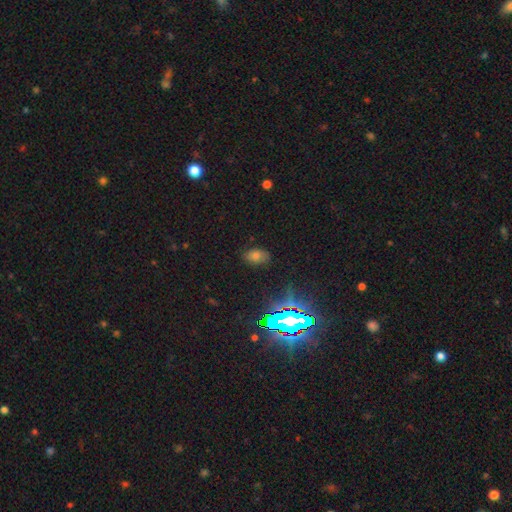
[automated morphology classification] This appears to be a smooth galaxy with no disk features (58%) that is in between round and cigar-shaped (84%). Merging: none (80%).